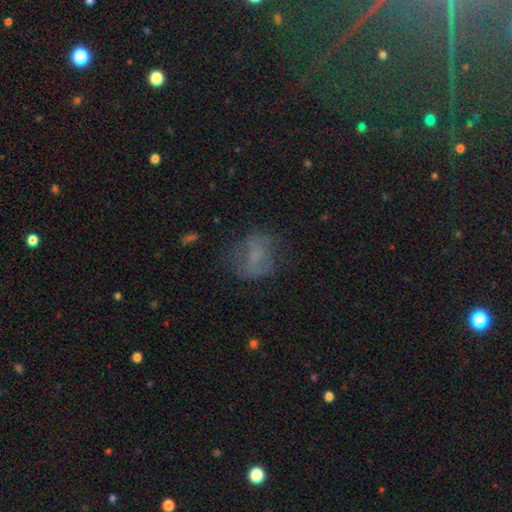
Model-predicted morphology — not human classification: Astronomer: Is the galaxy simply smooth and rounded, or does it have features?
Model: smooth — 52% (runner-up: featured or disk, 32%).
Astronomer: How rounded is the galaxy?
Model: round — 49%, tied with in between at 49%.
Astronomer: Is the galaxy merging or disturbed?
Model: none — 57%.